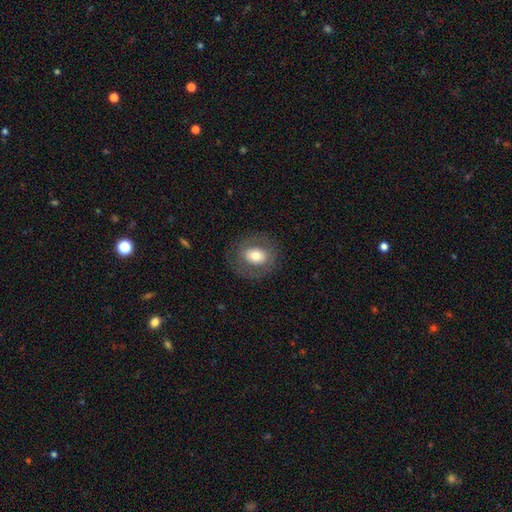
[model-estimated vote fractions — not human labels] smooth-or-featured: smooth: 61% | featured or disk: 31% | star or artifact: 8%
  how-rounded: round: 55% | in between: 44% | cigar-shaped: 1%
  merging: none: 80% | minor disturbance: 11% | major disturbance: 8% | merger: 1%